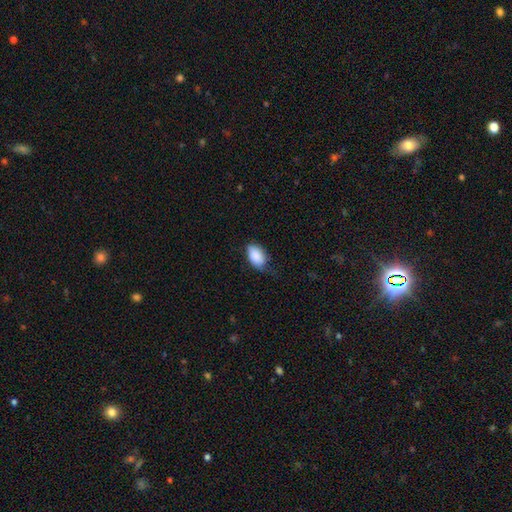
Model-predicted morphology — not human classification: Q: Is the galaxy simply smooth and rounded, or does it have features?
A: smooth — 84%.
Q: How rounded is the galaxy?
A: in between — 92%.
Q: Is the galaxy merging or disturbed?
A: none — 45%.